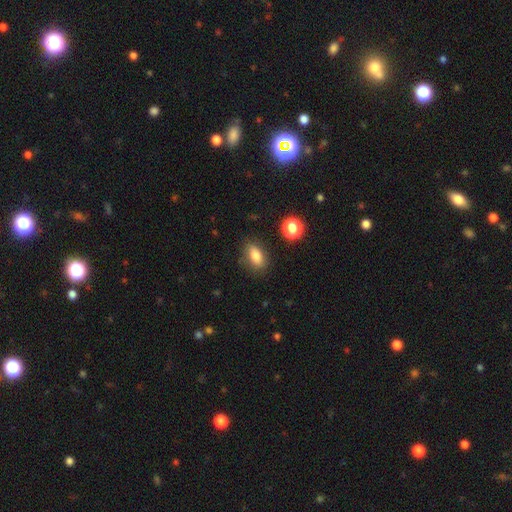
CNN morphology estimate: A smooth galaxy with no disk features (81%) that is in between round and cigar-shaped (81%).

Vote fractions:
- Smooth or featured? smooth: 81% / featured or disk: 10% / star or artifact: 9%
- How rounded? in between: 81% / round: 10% / cigar-shaped: 10%
- Merging? none: 83% / minor disturbance: 12% / major disturbance: 3% / merger: 2%